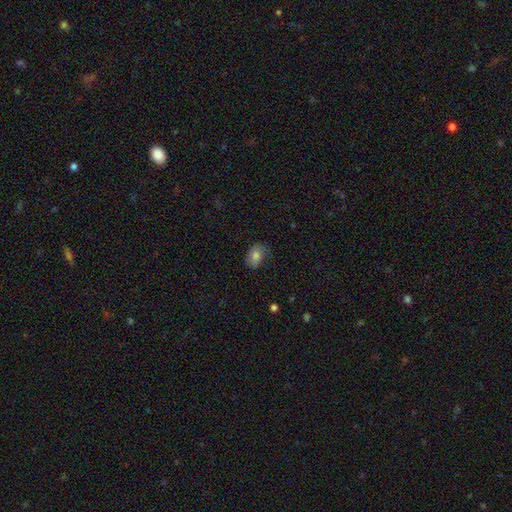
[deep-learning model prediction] Morphology: type=smooth (76%); roundness=in between (73%); merging=none (62%).